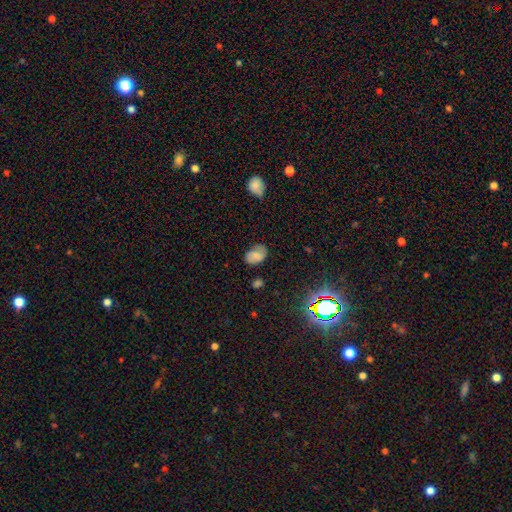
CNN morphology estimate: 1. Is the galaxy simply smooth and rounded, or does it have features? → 68% smooth, 20% featured or disk, 12% star or artifact.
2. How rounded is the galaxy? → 80% in between, 19% round, 1% cigar-shaped.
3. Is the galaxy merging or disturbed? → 67% none, 24% minor disturbance, 7% major disturbance, 2% merger.